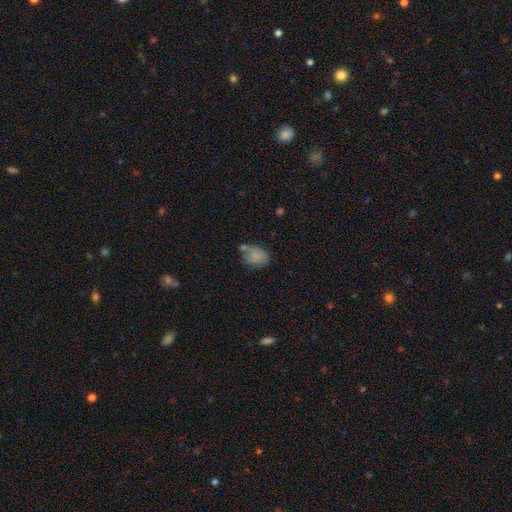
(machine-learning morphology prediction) smooth 77%, featured or disk 12%, star or artifact 11%. Down the decision tree: how rounded — in between (62%); merging — none (48%).